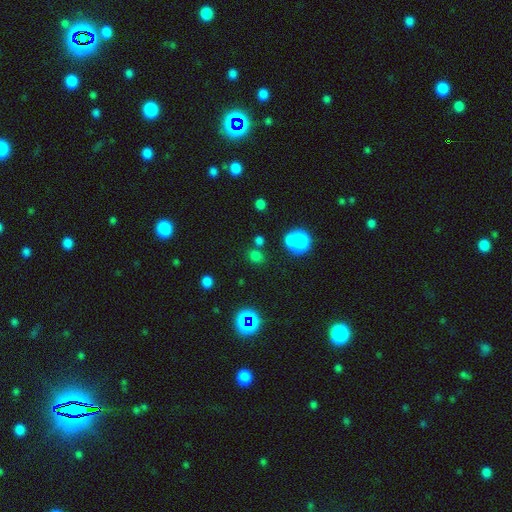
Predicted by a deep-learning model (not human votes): This is likely a smooth galaxy (65%). How rounded: likely round (74%). Merging: likely none (72%).